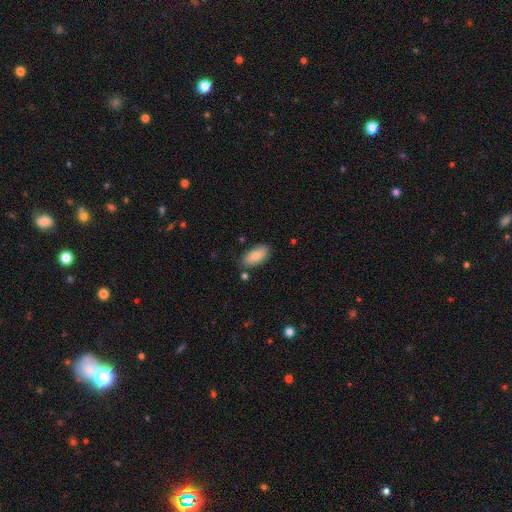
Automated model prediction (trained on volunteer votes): The model was most divided on "merging": none: 79%, minor disturbance: 14%, merger: 3%, major disturbance: 3%. More confident: how rounded — in between (93%); smooth or featured — smooth (81%).